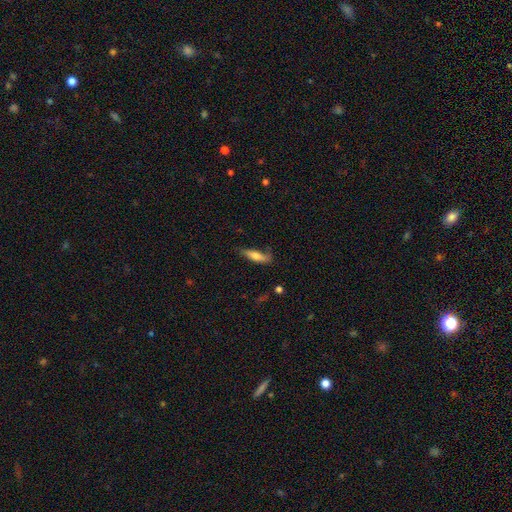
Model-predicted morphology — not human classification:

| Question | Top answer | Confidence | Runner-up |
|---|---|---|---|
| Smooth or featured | smooth | 67% | featured or disk (26%) |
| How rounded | cigar-shaped | 60% | in between (38%) |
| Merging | none | 63% | minor disturbance (27%) |